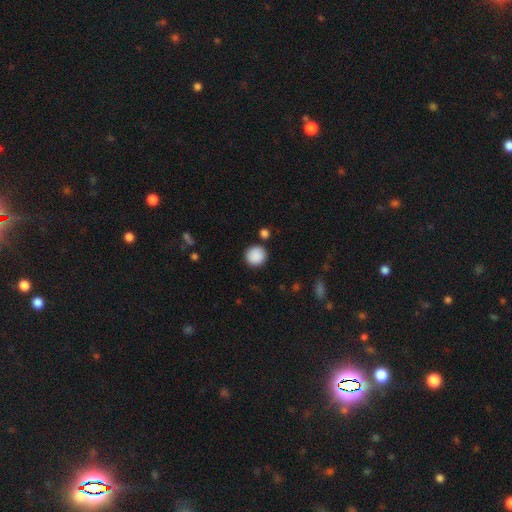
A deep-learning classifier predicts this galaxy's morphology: The model was most divided on "merging": none: 86%, minor disturbance: 8%, merger: 4%, major disturbance: 3%. More confident: how rounded — round (93%); smooth or featured — smooth (89%).